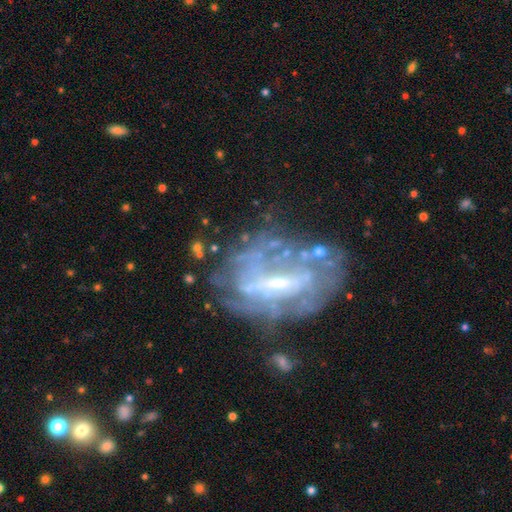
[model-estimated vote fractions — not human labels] This is likely a featured or disk galaxy (75%). It is clearly not viewed edge-on (95%). Bar: marginally weak (42%). Spiral arm pattern: possibly no (50%, tied with yes). Central bulge: possibly small (57%). Merging: possibly none (50%).